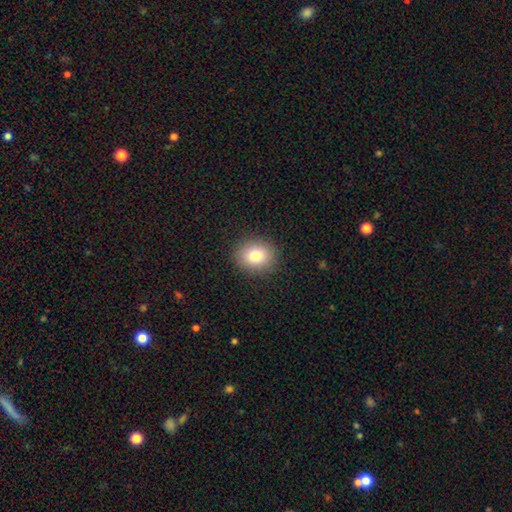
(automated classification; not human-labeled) Smooth or featured: smooth — 80% (star or artifact — 11%)
How rounded: round — 72% (in between — 27%)
Merging: none — 90% (minor disturbance — 7%)